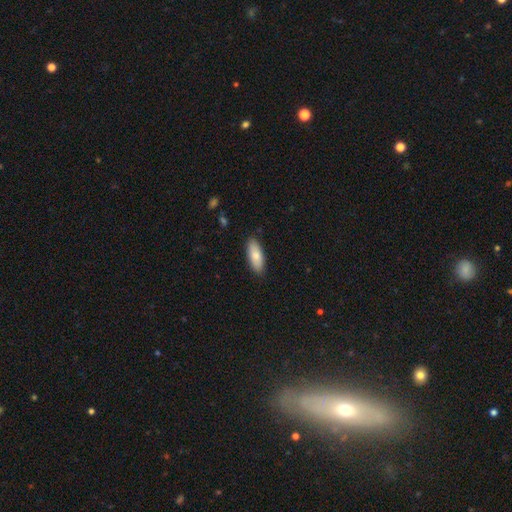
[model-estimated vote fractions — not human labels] Q: Smooth or featured?
A: smooth (80%); runner-up: featured or disk (14%)
Q: How rounded?
A: in between (78%); runner-up: cigar-shaped (21%)
Q: Merging?
A: none (87%); runner-up: minor disturbance (10%)